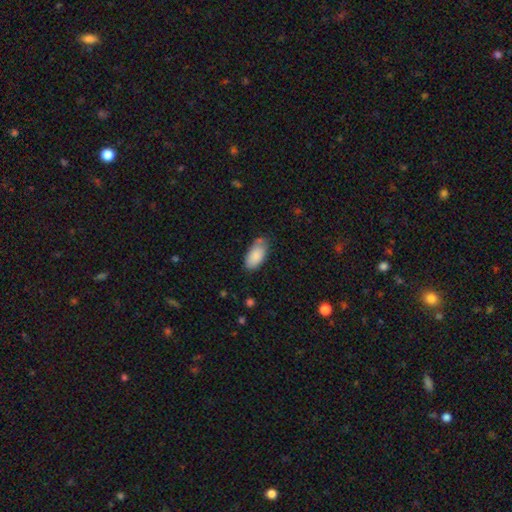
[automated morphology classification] This is clearly a smooth galaxy (87%). How rounded: clearly in between (93%). Merging: likely none (66%).